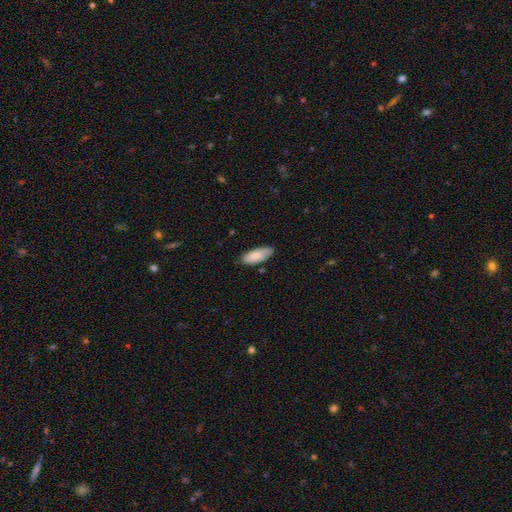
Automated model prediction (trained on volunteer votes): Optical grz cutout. It shows a smooth galaxy with no disk features (84%) that is in between round and cigar-shaped (77%). Merging: none (76%).